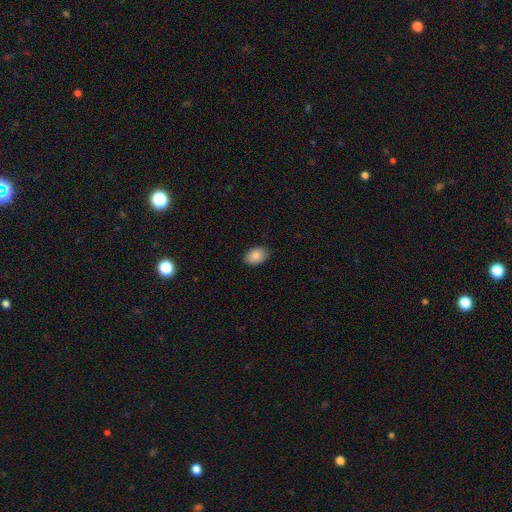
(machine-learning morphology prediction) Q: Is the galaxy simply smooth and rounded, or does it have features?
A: smooth — 88%.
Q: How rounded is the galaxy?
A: in between — 86%.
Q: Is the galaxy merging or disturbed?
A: none — 87%.